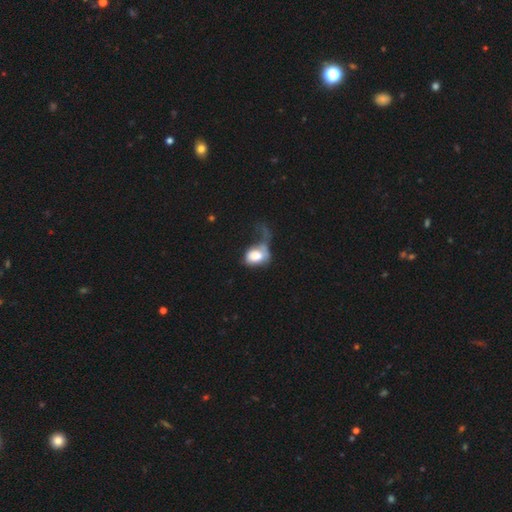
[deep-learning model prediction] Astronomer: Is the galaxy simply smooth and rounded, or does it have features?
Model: smooth — 71%.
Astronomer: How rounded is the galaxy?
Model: in between — 69%.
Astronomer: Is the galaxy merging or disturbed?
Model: major disturbance — 58%.